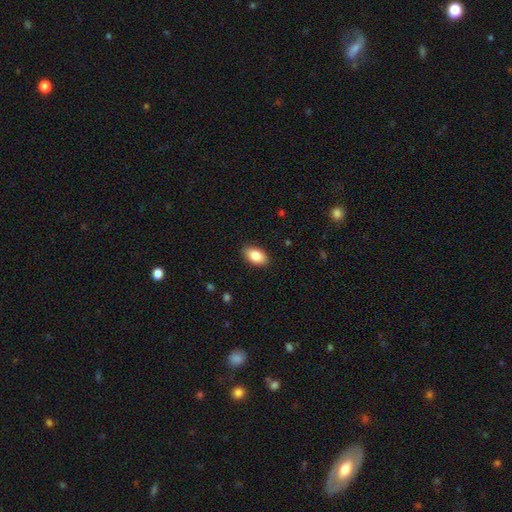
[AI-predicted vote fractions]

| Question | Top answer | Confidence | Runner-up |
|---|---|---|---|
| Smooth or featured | smooth | 85% | featured or disk (8%) |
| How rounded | in between | 93% | round (5%) |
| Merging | none | 88% | minor disturbance (9%) |